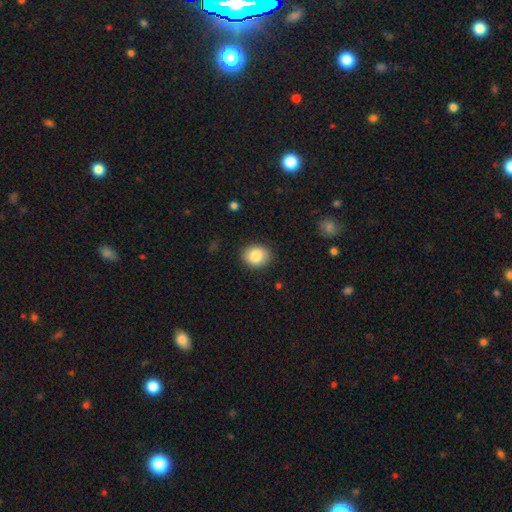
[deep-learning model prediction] Overall: smooth (85%). How rounded: round (60%; in between 39%). Merging: none (87%).